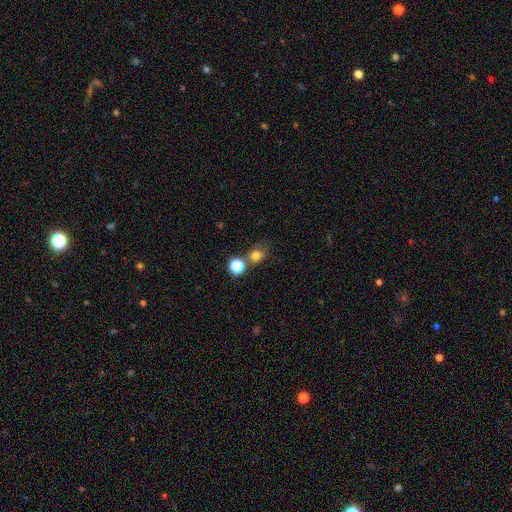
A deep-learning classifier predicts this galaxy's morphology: type=smooth (74%); roundness=round (67%); merging=none (56%).